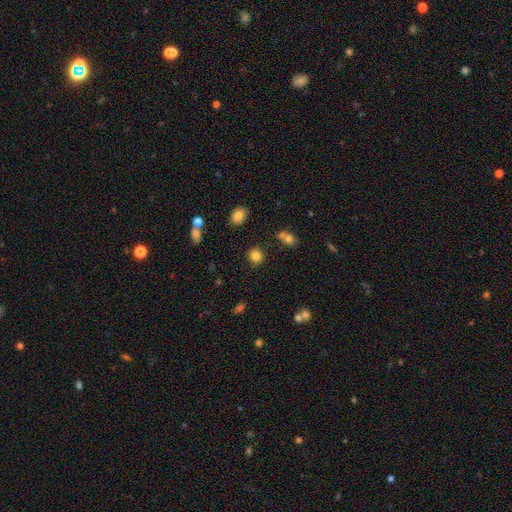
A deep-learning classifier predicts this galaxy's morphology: Smooth or featured: smooth — 82% (star or artifact — 12%)
How rounded: round — 85% (in between — 14%)
Merging: none — 84% (minor disturbance — 8%)